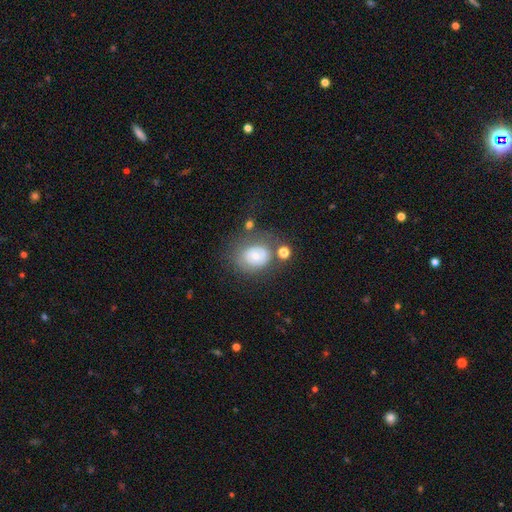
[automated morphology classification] Overall: smooth (53%; featured or disk 37%). How rounded: in between (50%; round 49%). Merging: none (56%; minor disturbance 21%).